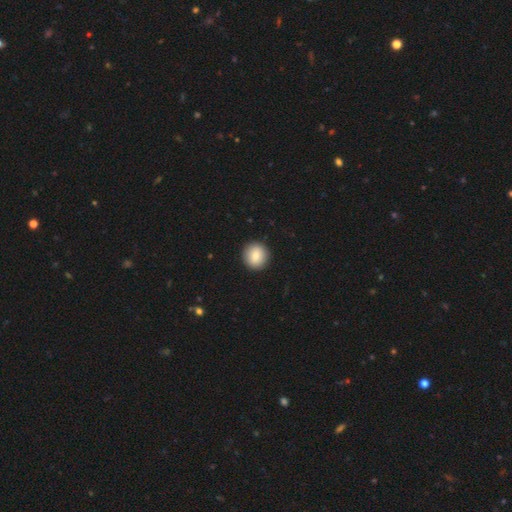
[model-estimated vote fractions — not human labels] Overall: smooth (83%). How rounded: round (91%). Merging: none (93%).